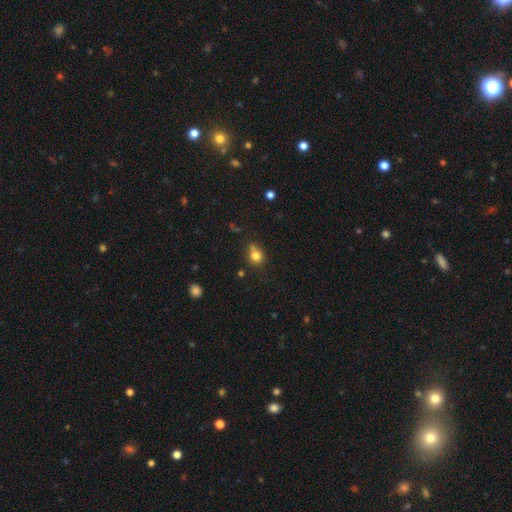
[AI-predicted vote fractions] Q: Smooth or featured?
A: smooth (79%); runner-up: star or artifact (13%)
Q: How rounded?
A: round (75%); runner-up: in between (24%)
Q: Merging?
A: none (59%); runner-up: minor disturbance (21%)